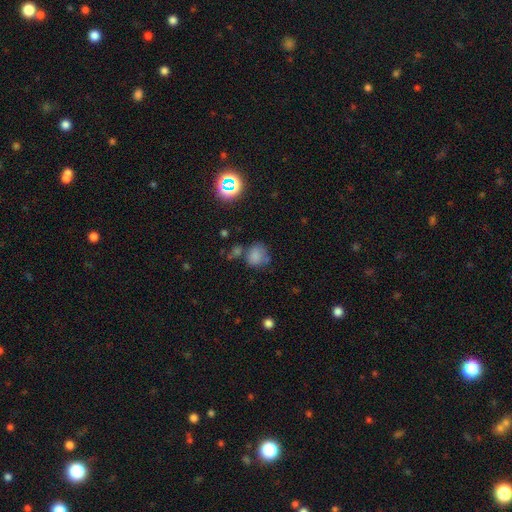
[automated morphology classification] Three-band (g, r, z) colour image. It shows a smooth galaxy with no disk features (75%) that is round (74%). Merging: none (53%).